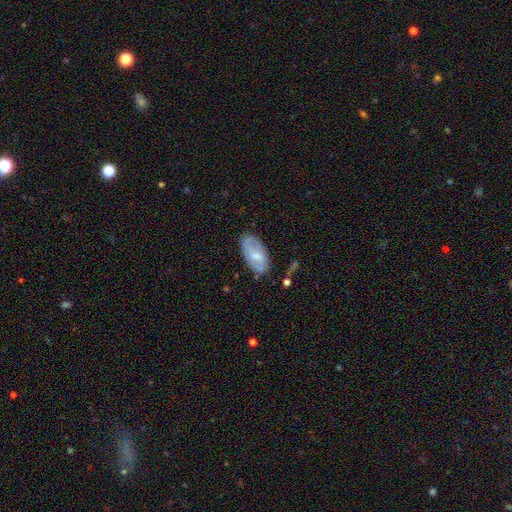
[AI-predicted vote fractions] This is possibly a featured or disk galaxy (47%). Merging: likely none (68%).